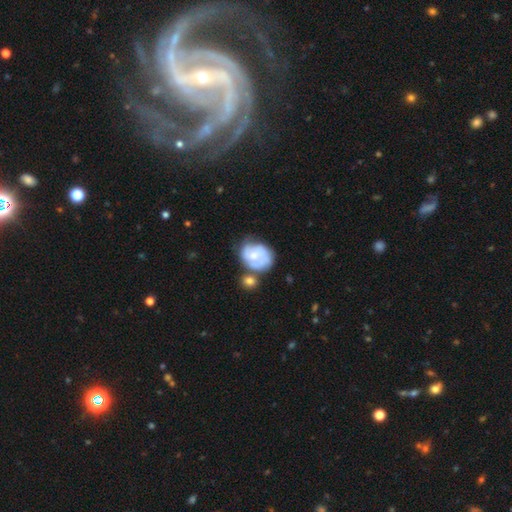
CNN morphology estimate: This appears to be a featured or disk galaxy (59%) with no bar (65%), spiral arms (72%) and a small central bulge (45%). Merging: none (41%).